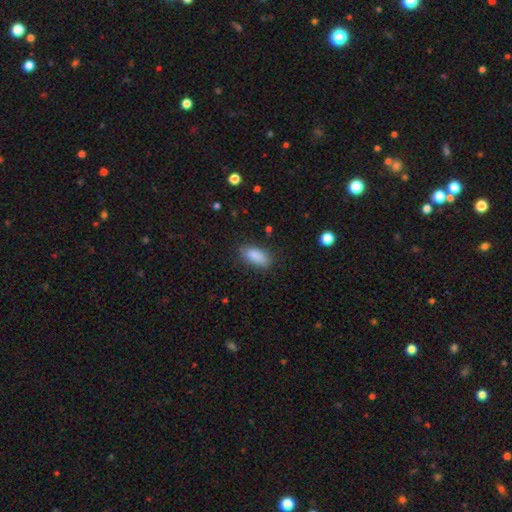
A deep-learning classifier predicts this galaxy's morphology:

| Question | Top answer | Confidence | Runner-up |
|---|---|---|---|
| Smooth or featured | smooth | 88% | star or artifact (7%) |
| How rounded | in between | 89% | cigar-shaped (8%) |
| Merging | none | 80% | minor disturbance (15%) |